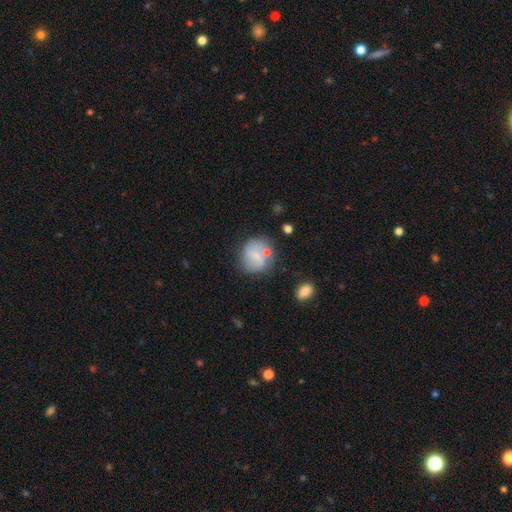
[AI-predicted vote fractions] smooth_or_featured: smooth (p=0.66) [alt: featured or disk p=0.26]
how_rounded: round (p=0.79) [alt: in between p=0.20]
merging: none (p=0.60) [alt: minor disturbance p=0.20]